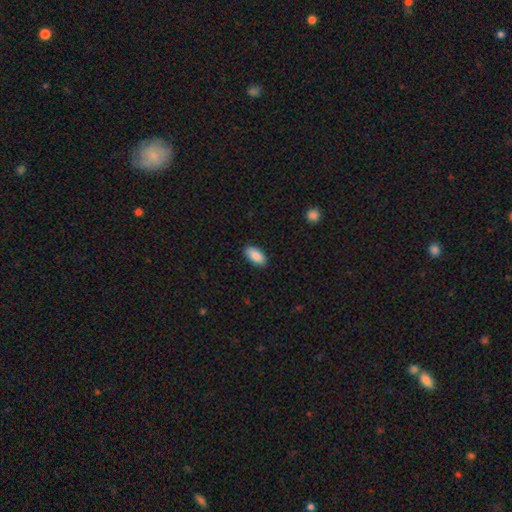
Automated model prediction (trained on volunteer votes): The model was most divided on "merging": none: 88%, minor disturbance: 9%, major disturbance: 2%, merger: 1%. More confident: how rounded — in between (92%); smooth or featured — smooth (89%).